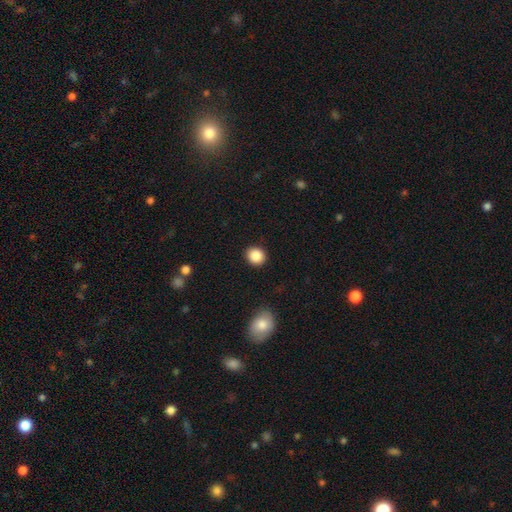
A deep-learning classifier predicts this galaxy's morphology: type=smooth (88%); roundness=round (84%); merging=none (91%).